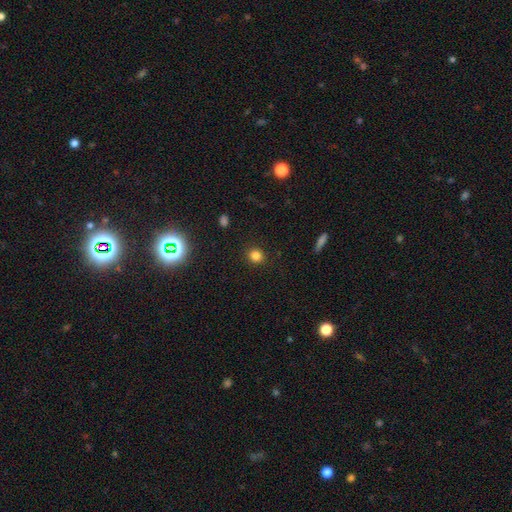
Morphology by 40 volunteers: Q: Smooth or featured?
A: smooth (85%); runner-up: star or artifact (10%)
Q: How rounded?
A: round (94%); runner-up: in between (6%)
Q: Merging?
A: none (100%)